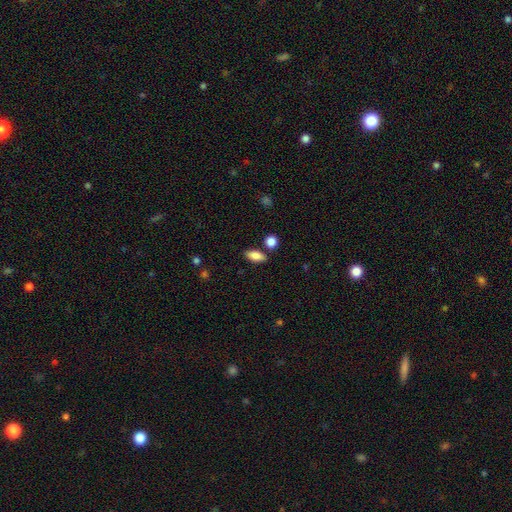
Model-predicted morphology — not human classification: A smooth galaxy with no disk features (85%) that is in between round and cigar-shaped (84%). Merging: none (80%).